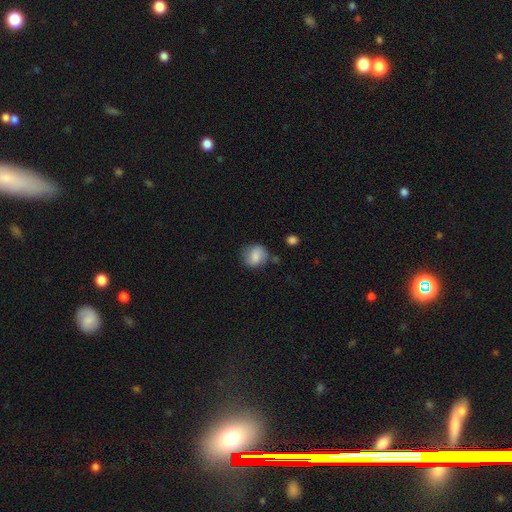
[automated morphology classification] This appears to be a smooth galaxy with no disk features (76%) that is round (72%). Merging: none (67%).